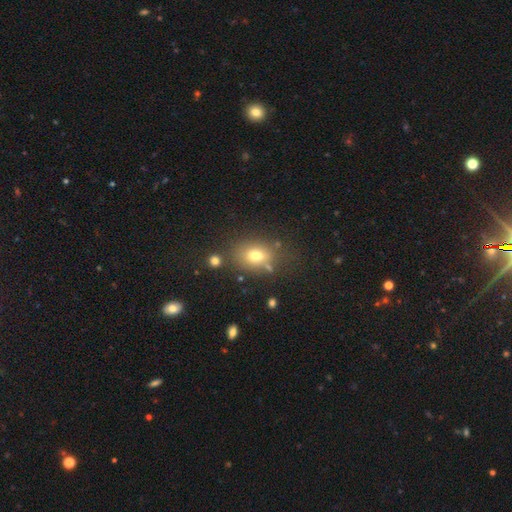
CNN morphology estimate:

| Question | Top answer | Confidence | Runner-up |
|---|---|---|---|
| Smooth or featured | smooth | 71% | star or artifact (15%) |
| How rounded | in between | 67% | round (31%) |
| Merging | none | 65% | minor disturbance (16%) |